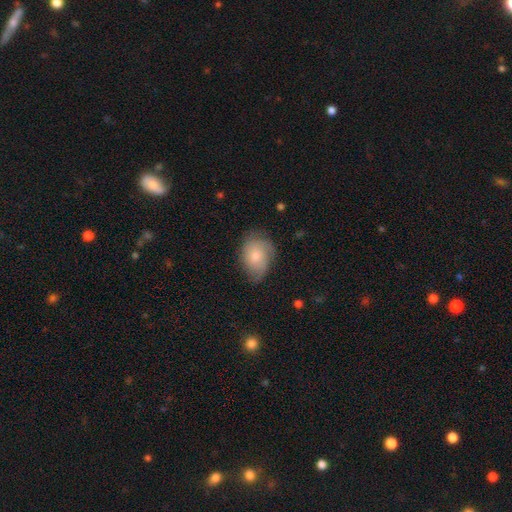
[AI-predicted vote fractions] This appears to be a smooth galaxy with no disk features (61%) that is in between round and cigar-shaped (71%). Merging: none (60%).